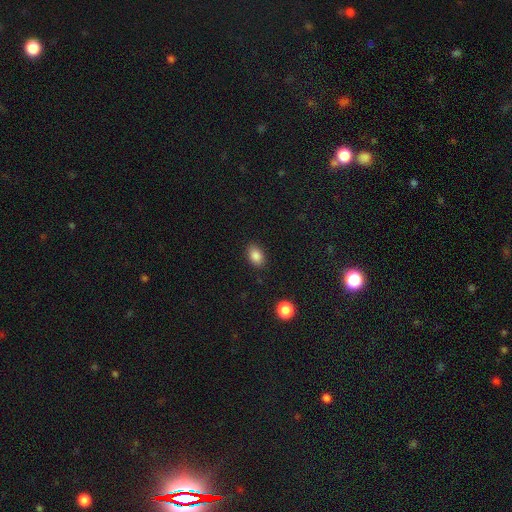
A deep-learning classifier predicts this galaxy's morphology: This appears to be a smooth galaxy with no disk features (86%) that is in between round and cigar-shaped (84%). Merging: none (86%).